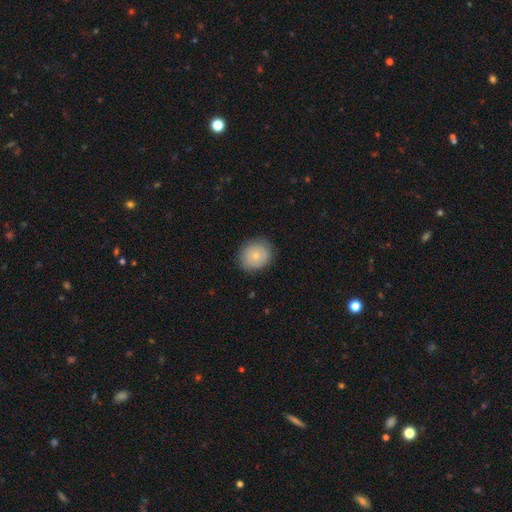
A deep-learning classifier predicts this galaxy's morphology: The model was most divided on "smooth or featured": smooth: 74%, featured or disk: 19%, star or artifact: 7%. More confident: merging — none (83%); how rounded — round (80%).